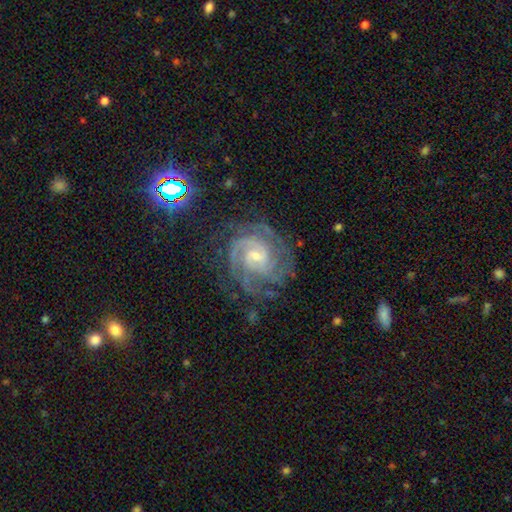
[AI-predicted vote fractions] Smooth or featured? Predicted: featured or disk (p=0.89). Edge-on disk? Predicted: no (p=0.98). Bar? Predicted: weak (p=0.50). Spiral arms? Predicted: yes (p=0.98). Spiral winding? Predicted: tight (p=0.66). Spiral arm count? Predicted: 2 (p=0.28). Bulge size? Predicted: small (p=0.63). Merging? Predicted: none (p=0.71).